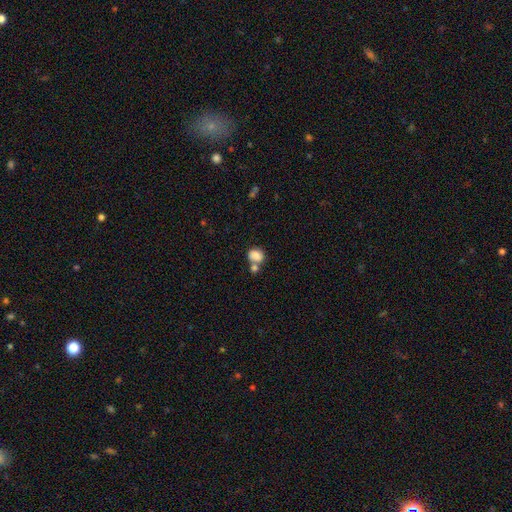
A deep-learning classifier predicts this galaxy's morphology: Q: Smooth or featured?
A: smooth (82%); runner-up: star or artifact (9%)
Q: How rounded?
A: in between (60%); runner-up: round (39%)
Q: Merging?
A: merger (45%); runner-up: none (38%)